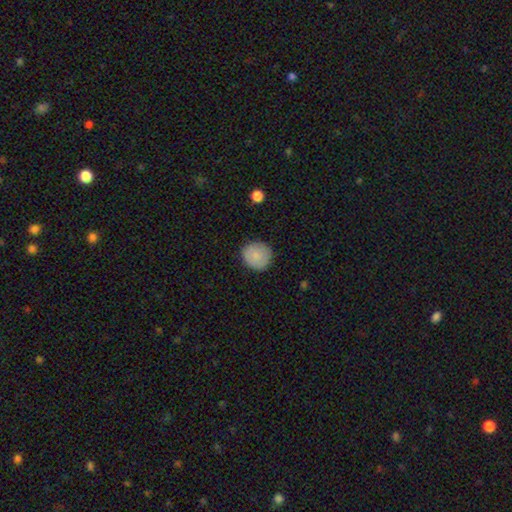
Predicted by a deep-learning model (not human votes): This appears to be a smooth galaxy with no disk features (85%) that is round (89%). Merging: none (86%).